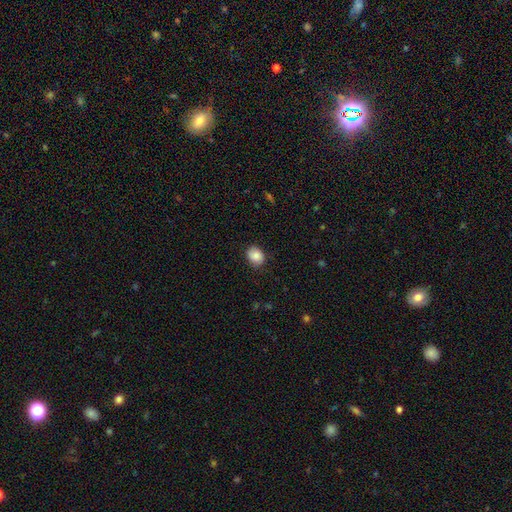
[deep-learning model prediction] smooth 86%, star or artifact 8%, featured or disk 6%. Down the decision tree: how rounded — round (50%); merging — none (83%).